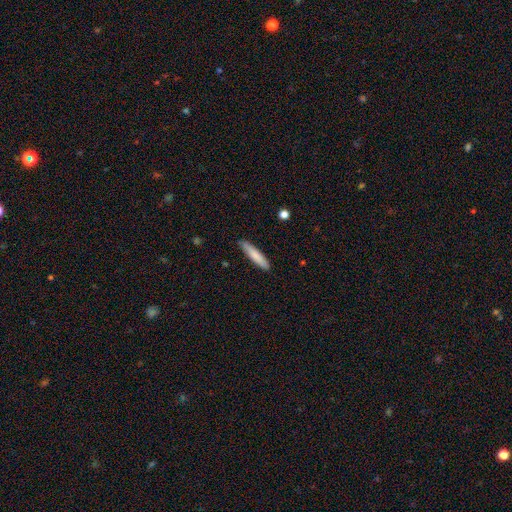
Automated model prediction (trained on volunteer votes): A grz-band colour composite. It shows a smooth galaxy with no disk features (79%) that is cigar-shaped (88%). Merging: none (87%).